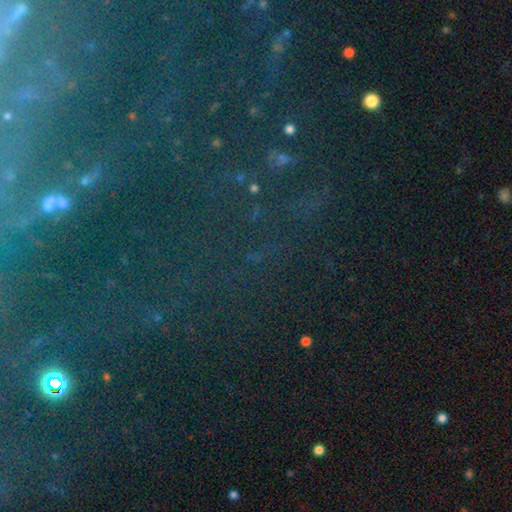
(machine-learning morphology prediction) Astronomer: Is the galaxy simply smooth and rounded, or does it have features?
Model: star or artifact — 73%.